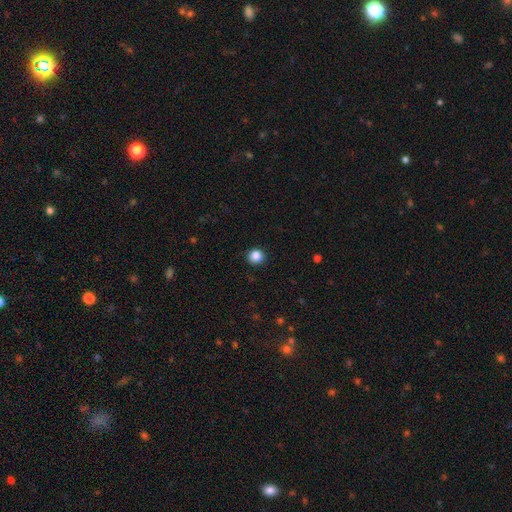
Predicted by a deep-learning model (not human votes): This appears to be a smooth galaxy with no disk features (87%) that is round (93%). Merging: none (91%).